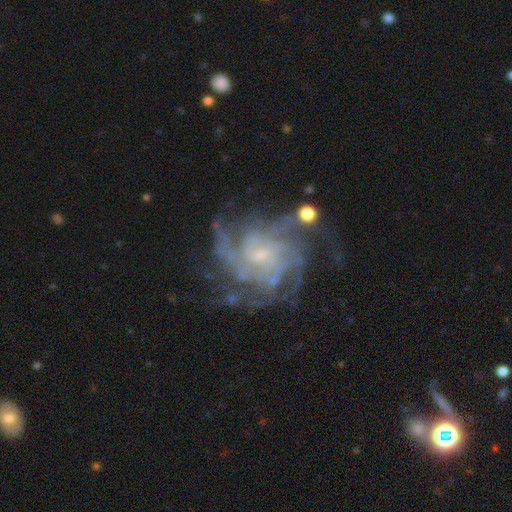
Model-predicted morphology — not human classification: Q: Smooth or featured?
A: featured or disk (88%); runner-up: star or artifact (8%)
Q: Edge-on disk?
A: no (98%); runner-up: yes (2%)
Q: Bar?
A: no (59%); runner-up: weak (34%)
Q: Spiral arms?
A: yes (97%); runner-up: no (3%)
Q: Spiral winding?
A: tight (58%); runner-up: medium (34%)
Q: Spiral arm count?
A: 4 (30%); runner-up: can't tell (21%)
Q: Bulge size?
A: small (71%); runner-up: moderate (18%)
Q: Merging?
A: none (70%); runner-up: minor disturbance (16%)